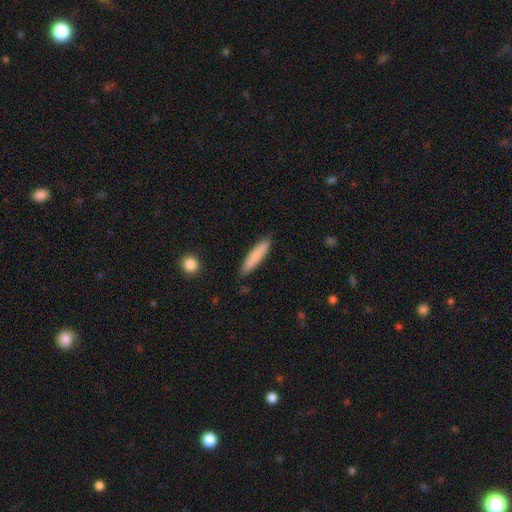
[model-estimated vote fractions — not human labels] The model was most divided on "smooth or featured": smooth: 81%, featured or disk: 13%, star or artifact: 6%. More confident: how rounded — cigar-shaped (88%); merging — none (87%).